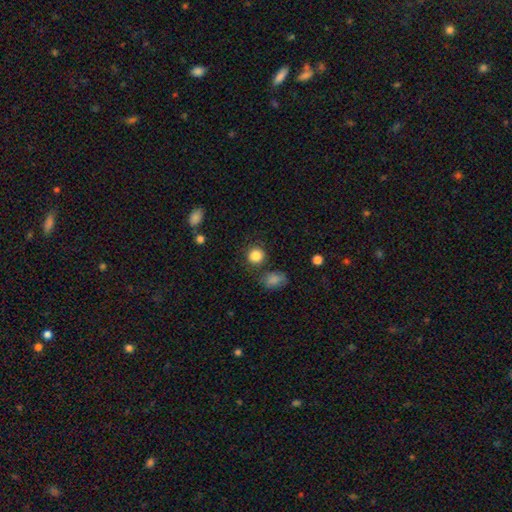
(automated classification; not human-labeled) A smooth galaxy with no disk features (85%) that is round (89%).

Vote fractions:
- Smooth or featured? smooth: 85% / star or artifact: 10% / featured or disk: 4%
- How rounded? round: 89% / in between: 10% / cigar-shaped: 1%
- Merging? none: 81% / minor disturbance: 9% / merger: 6% / major disturbance: 4%